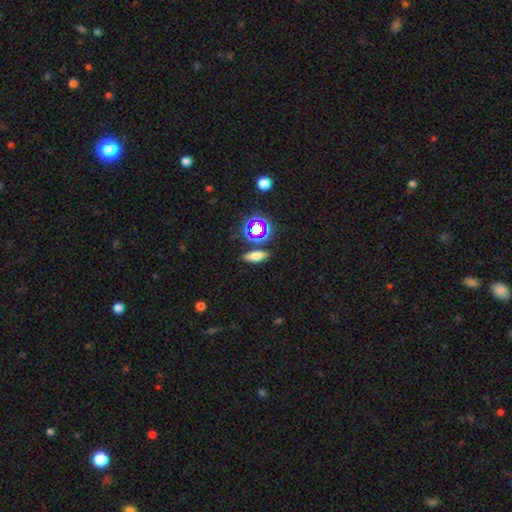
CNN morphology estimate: The model was most divided on "how rounded": in between: 56%, cigar-shaped: 34%, round: 11%. More confident: merging — none (81%); smooth or featured — smooth (61%).